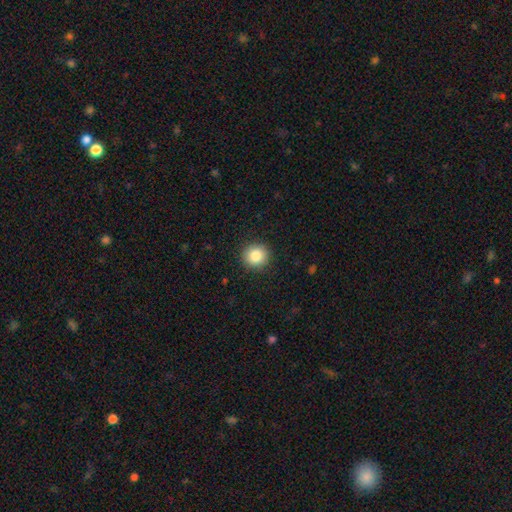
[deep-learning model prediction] This is clearly a smooth galaxy (85%). How rounded: clearly round (91%). Merging: clearly none (91%).